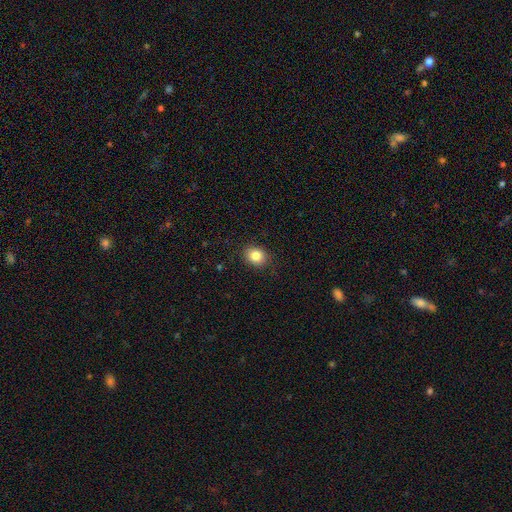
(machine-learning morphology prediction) A smooth galaxy with no disk features (84%) that is round (60%). Merging: none (88%).